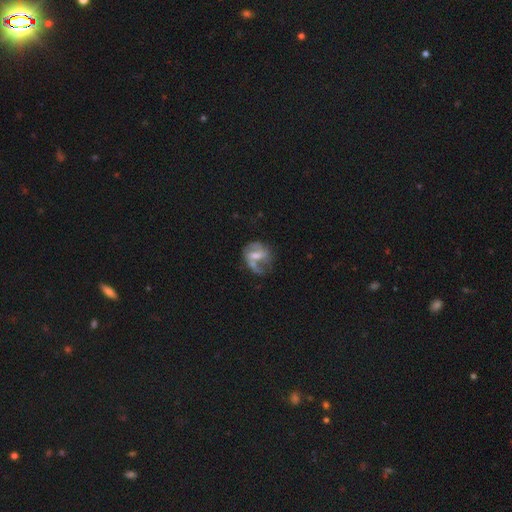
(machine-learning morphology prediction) A featured or disk galaxy (61%) with a weak bar (45%), spiral arms (59%) and a moderate central bulge (41%).

Vote fractions:
- Smooth or featured? featured or disk: 61% / smooth: 30% / star or artifact: 9%
- Edge-on disk? no: 97% / yes: 3%
- Bar? weak: 45% / no: 31% / strong: 24%
- Spiral arms? yes: 59% / no: 41%
- Bulge size? moderate: 41% / small: 30% / none: 20% / large: 8% / dominant: 1%
- Merging? none: 35% / major disturbance: 29% / minor disturbance: 23% / merger: 14%